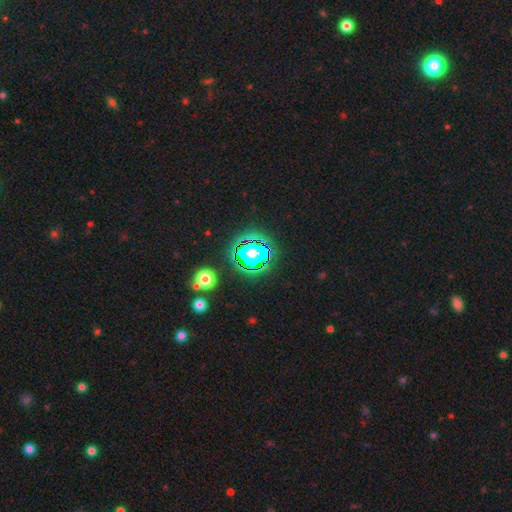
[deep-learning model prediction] Morphology: type=star or artifact (78%).